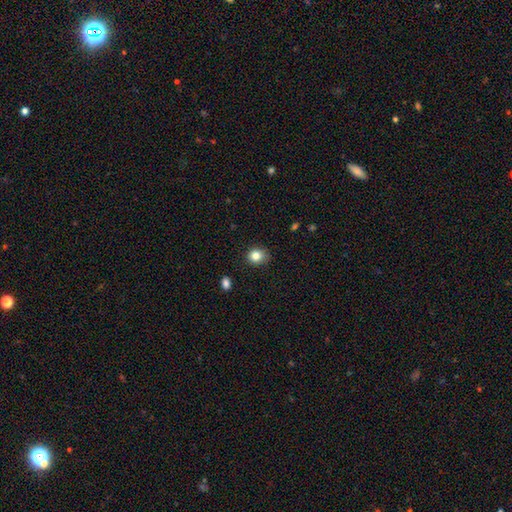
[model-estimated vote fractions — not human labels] smooth 83%, star or artifact 11%, featured or disk 7%. Down the decision tree: how rounded — round (70%); merging — none (81%).